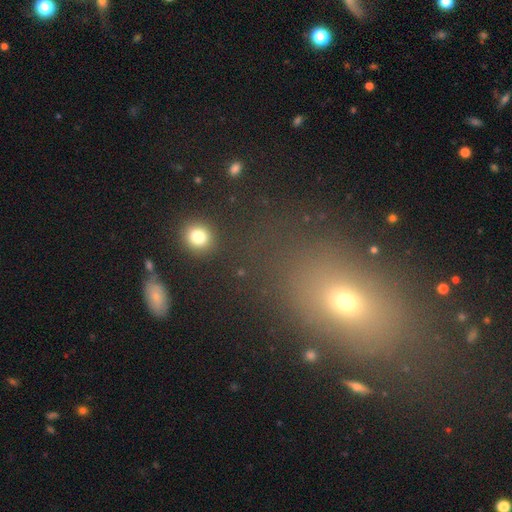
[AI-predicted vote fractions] The model was most divided on "smooth or featured": smooth: 57%, star or artifact: 29%, featured or disk: 14%. More confident: merging — none (80%); how rounded — in between (64%).